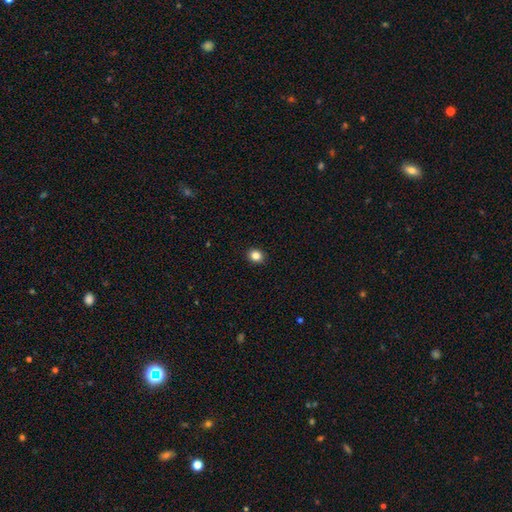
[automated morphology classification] Smooth or featured?
  - smooth: 85% *
  - star or artifact: 11%
  - featured or disk: 4%
How rounded?
  - round: 63% *
  - in between: 36%
  - cigar-shaped: 1%
Merging?
  - none: 92% *
  - minor disturbance: 6%
  - major disturbance: 2%
  - merger: 1%